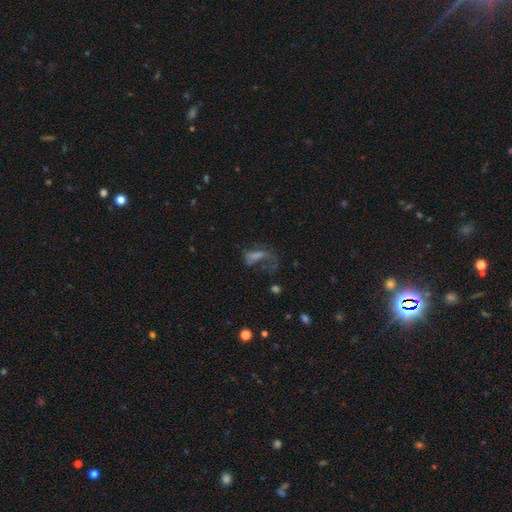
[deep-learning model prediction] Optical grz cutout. It shows a featured or disk galaxy (46%). Merging: major disturbance (51%).